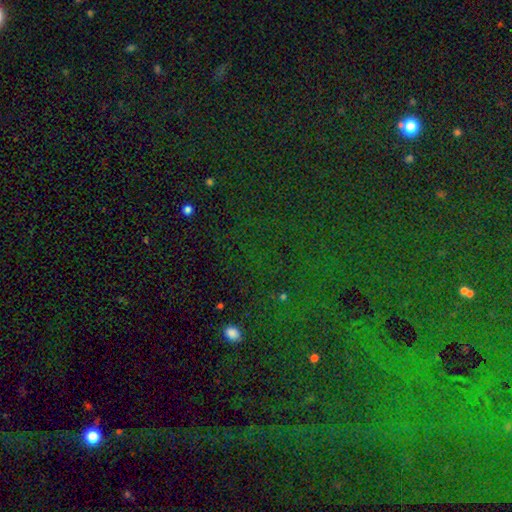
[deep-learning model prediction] Smooth or featured? Predicted: star or artifact (p=0.79).